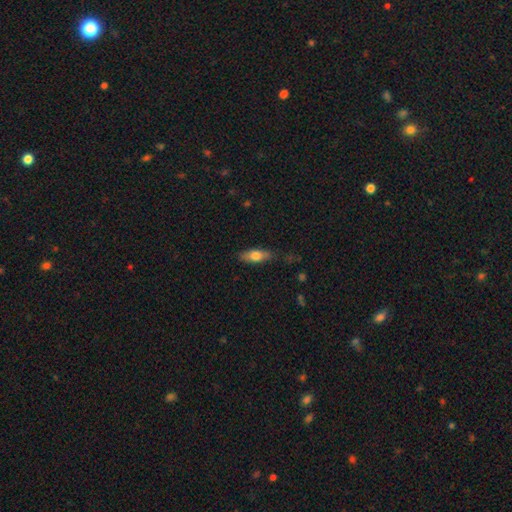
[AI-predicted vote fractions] Q: Smooth or featured?
A: smooth (68%); runner-up: featured or disk (26%)
Q: How rounded?
A: in between (64%); runner-up: cigar-shaped (33%)
Q: Merging?
A: none (80%); runner-up: minor disturbance (15%)